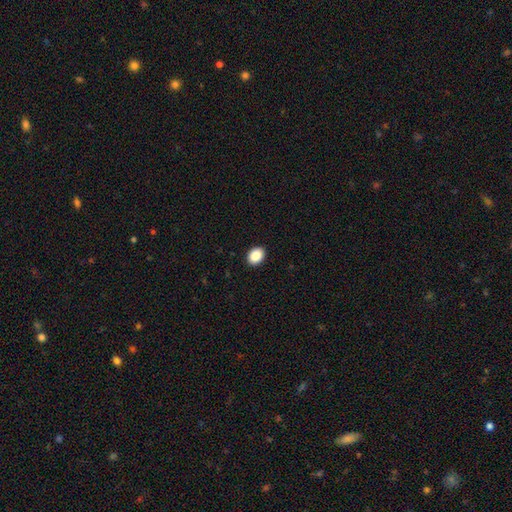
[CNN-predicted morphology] Overall: smooth (89%). How rounded: in between (62%; round 37%). Merging: none (92%).